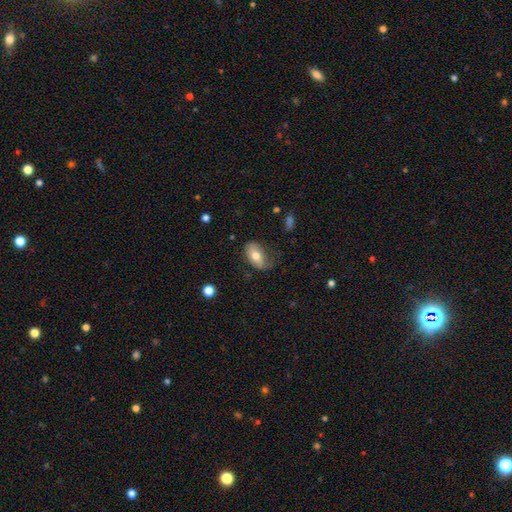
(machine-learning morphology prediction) smooth_or_featured: smooth (p=0.70) [alt: featured or disk p=0.23]
how_rounded: in between (p=0.91) [alt: round p=0.05]
merging: none (p=0.58) [alt: minor disturbance p=0.29]